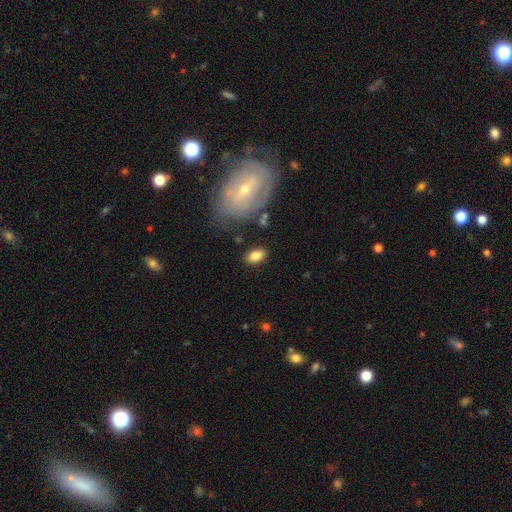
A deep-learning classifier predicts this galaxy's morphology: smooth 81%, featured or disk 11%, star or artifact 8%. Down the decision tree: how rounded — in between (88%); merging — none (83%).